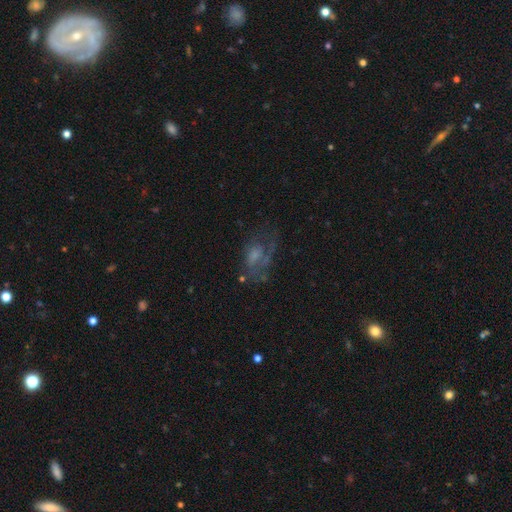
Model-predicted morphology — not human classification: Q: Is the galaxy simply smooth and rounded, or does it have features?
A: featured or disk — 57%.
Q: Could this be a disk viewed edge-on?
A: no — 96%.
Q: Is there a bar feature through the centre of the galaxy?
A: no — 71%.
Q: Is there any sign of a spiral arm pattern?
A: yes — 54%.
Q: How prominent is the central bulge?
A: small — 42%.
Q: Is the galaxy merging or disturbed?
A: none — 40%.